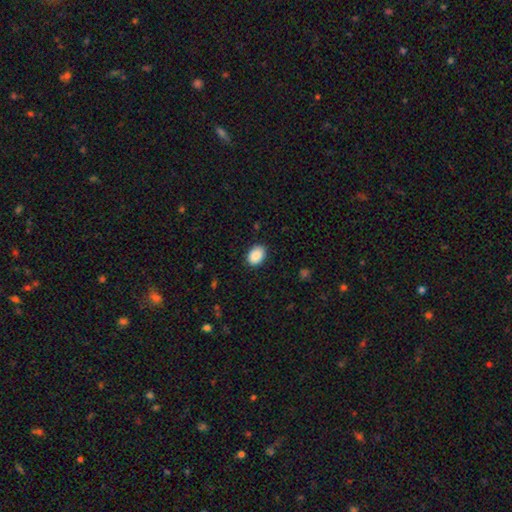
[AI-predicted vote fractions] A smooth galaxy with no disk features (90%) that is in between round and cigar-shaped (78%).

Vote fractions:
- Smooth or featured? smooth: 90% / star or artifact: 7% / featured or disk: 3%
- How rounded? in between: 78% / round: 21% / cigar-shaped: 1%
- Merging? none: 86% / minor disturbance: 11% / major disturbance: 2% / merger: 1%